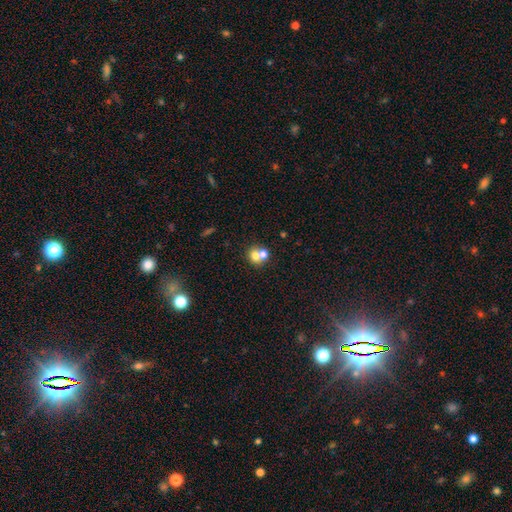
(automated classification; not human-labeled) Morphology: type=smooth (69%); roundness=round (81%); merging=merger (55%).